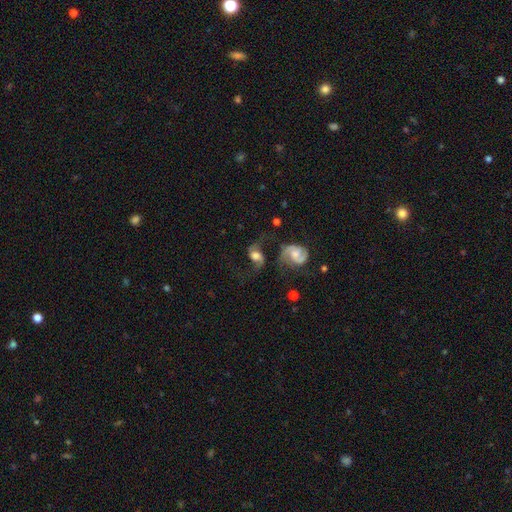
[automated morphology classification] smooth-or-featured: featured or disk: 73% | smooth: 19% | star or artifact: 9%
  disk-edge-on: no: 95% | yes: 5%
    bar: no: 46% | weak: 41% | strong: 13%
    has-spiral-arms: yes: 92% | no: 8%
      spiral-winding: loose: 62% | medium: 30% | tight: 7%
      spiral-arm-count: 2: 88% | 1: 5% | can't tell: 4% | 3: 1% | 4: 1% | more than 4: 1%
    bulge-size: moderate: 43% | large: 32% | small: 15% | none: 7% | dominant: 4%
  merging: none: 43% | major disturbance: 24% | minor disturbance: 17% | merger: 16%